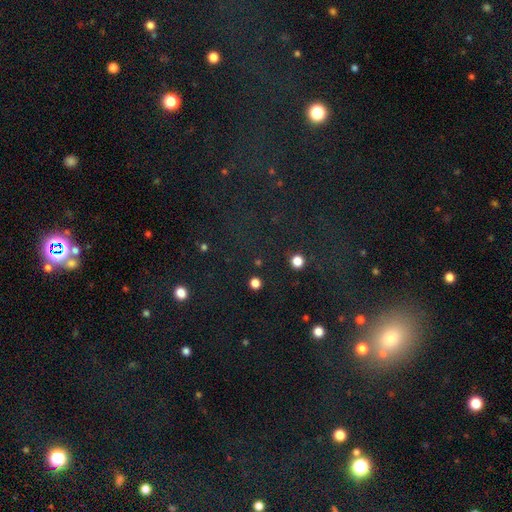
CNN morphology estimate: smooth-or-featured: star or artifact: 61% | smooth: 28% | featured or disk: 11%